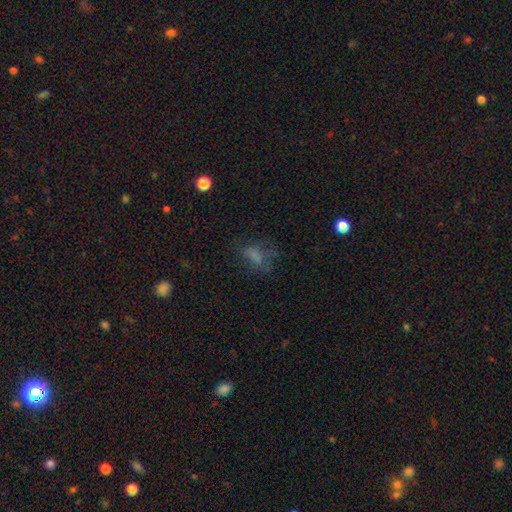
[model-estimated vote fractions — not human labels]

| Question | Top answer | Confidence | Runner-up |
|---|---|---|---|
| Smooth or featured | smooth | 58% | featured or disk (22%) |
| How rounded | in between | 72% | round (22%) |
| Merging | none | 46% | major disturbance (29%) |